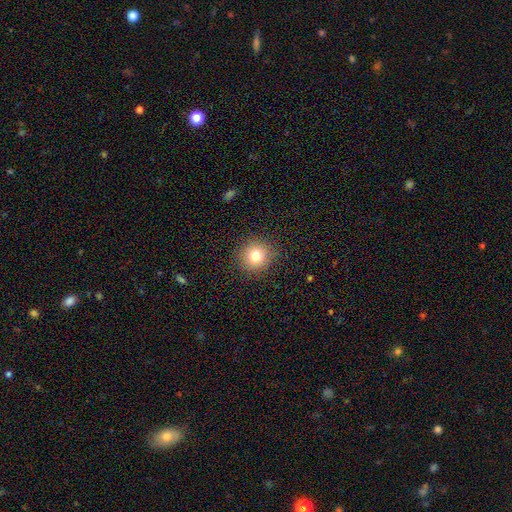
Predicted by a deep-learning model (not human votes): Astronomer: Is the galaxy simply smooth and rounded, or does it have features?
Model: smooth — 78%.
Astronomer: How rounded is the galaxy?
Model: round — 93%.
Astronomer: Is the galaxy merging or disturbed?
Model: none — 90%.